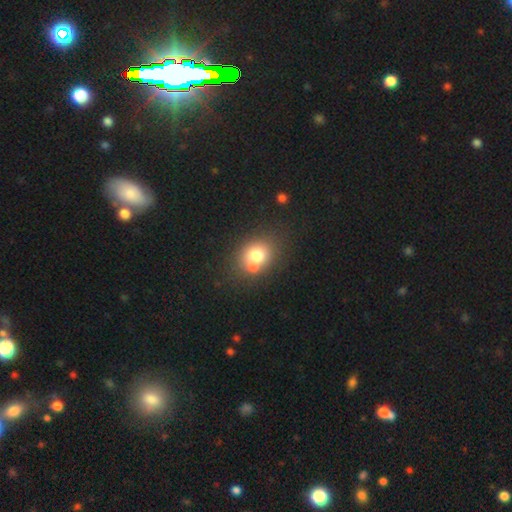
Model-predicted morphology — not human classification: A smooth galaxy with no disk features (74%) that is round (59%).

Vote fractions:
- Smooth or featured? smooth: 74% / featured or disk: 15% / star or artifact: 11%
- How rounded? round: 59% / in between: 40% / cigar-shaped: 1%
- Merging? none: 54% / merger: 30% / minor disturbance: 12% / major disturbance: 5%